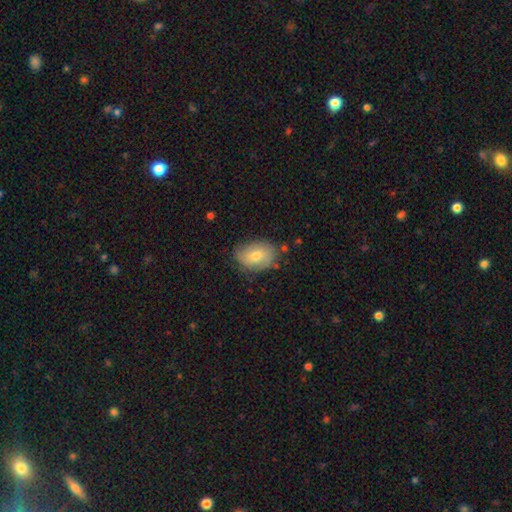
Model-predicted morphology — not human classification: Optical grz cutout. It shows a smooth galaxy with no disk features (70%) that is in between round and cigar-shaped (80%). Merging: none (71%).